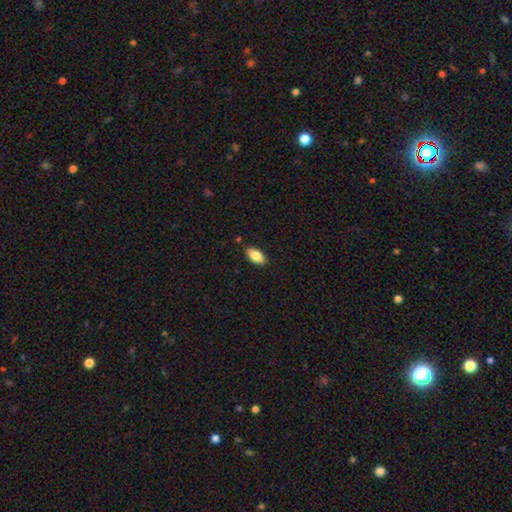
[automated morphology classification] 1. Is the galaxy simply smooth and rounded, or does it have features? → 82% smooth, 11% featured or disk, 7% star or artifact.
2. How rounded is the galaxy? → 90% in between, 7% cigar-shaped, 3% round.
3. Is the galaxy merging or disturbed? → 87% none, 10% minor disturbance, 2% major disturbance, 1% merger.